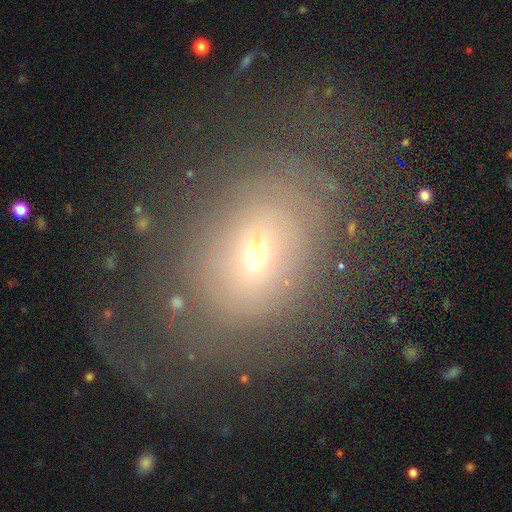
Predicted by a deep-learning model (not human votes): Overall: smooth (43%; featured or disk 41%). Merging: none (57%; minor disturbance 21%).